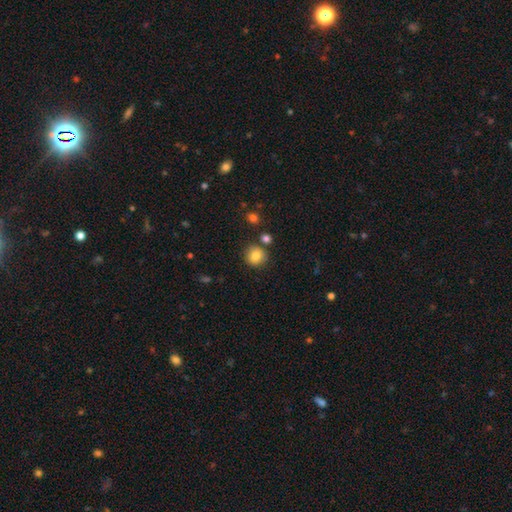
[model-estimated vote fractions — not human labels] Overall: smooth (84%). How rounded: round (89%). Merging: none (81%).